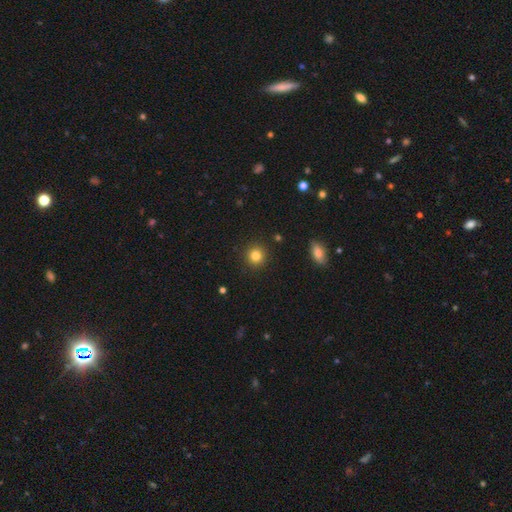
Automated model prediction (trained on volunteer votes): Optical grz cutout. It shows a smooth galaxy with no disk features (83%) that is round (92%). Merging: none (91%).